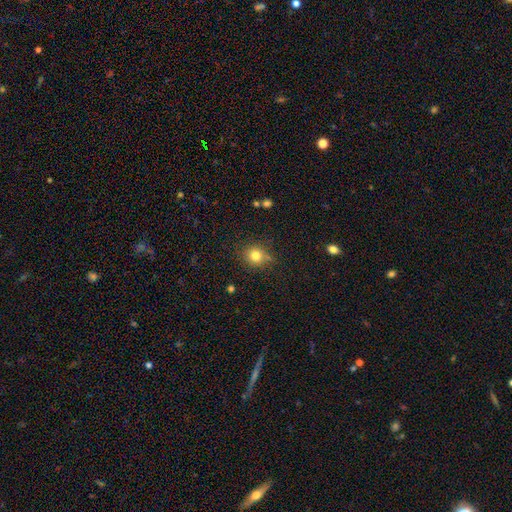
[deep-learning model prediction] A smooth galaxy with no disk features (79%) that is round (87%).

Vote fractions:
- Smooth or featured? smooth: 79% / star or artifact: 14% / featured or disk: 7%
- How rounded? round: 87% / in between: 12% / cigar-shaped: 1%
- Merging? none: 79% / minor disturbance: 14% / major disturbance: 4% / merger: 3%